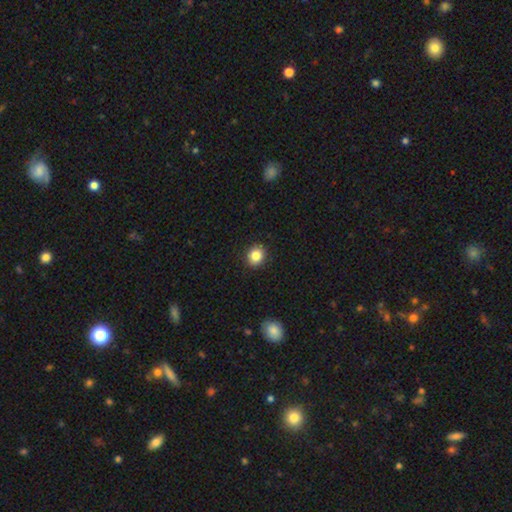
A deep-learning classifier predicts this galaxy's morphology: A smooth galaxy with no disk features (85%) that is round (71%).

Vote fractions:
- Smooth or featured? smooth: 85% / star or artifact: 10% / featured or disk: 5%
- How rounded? round: 71% / in between: 28% / cigar-shaped: 1%
- Merging? none: 91% / minor disturbance: 7% / major disturbance: 2% / merger: 1%